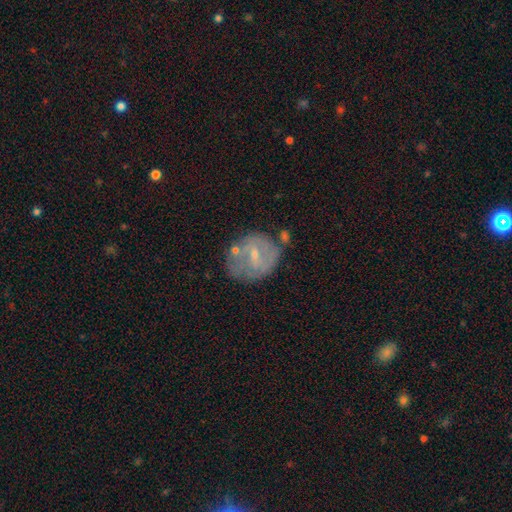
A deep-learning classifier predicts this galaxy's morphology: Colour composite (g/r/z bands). It shows a featured or disk galaxy (61%) with a weak bar (54%), spiral arms (57%) and a small central bulge (70%). Merging: none (57%).